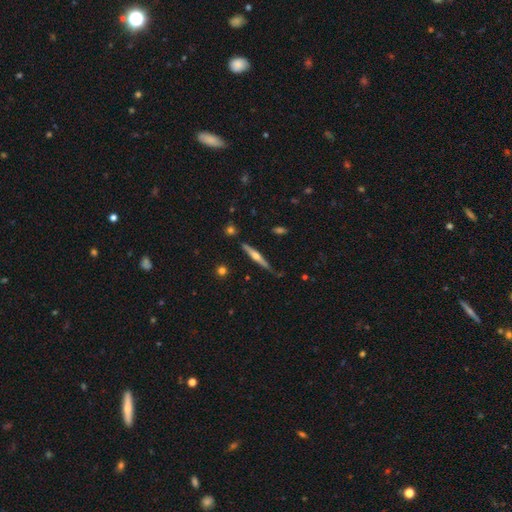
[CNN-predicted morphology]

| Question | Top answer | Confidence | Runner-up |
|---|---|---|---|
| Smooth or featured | featured or disk | 67% | smooth (27%) |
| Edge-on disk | yes | 97% | no (3%) |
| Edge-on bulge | rounded | 87% | none (8%) |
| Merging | none | 79% | minor disturbance (15%) |